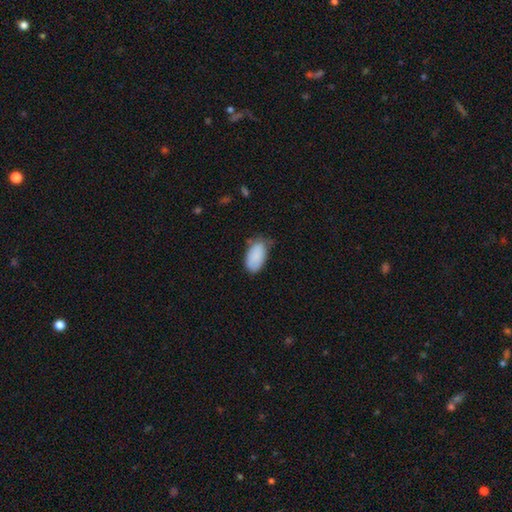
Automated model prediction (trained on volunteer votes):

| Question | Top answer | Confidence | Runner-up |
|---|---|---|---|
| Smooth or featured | smooth | 87% | featured or disk (7%) |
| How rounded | in between | 95% | round (3%) |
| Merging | none | 54% | minor disturbance (36%) |